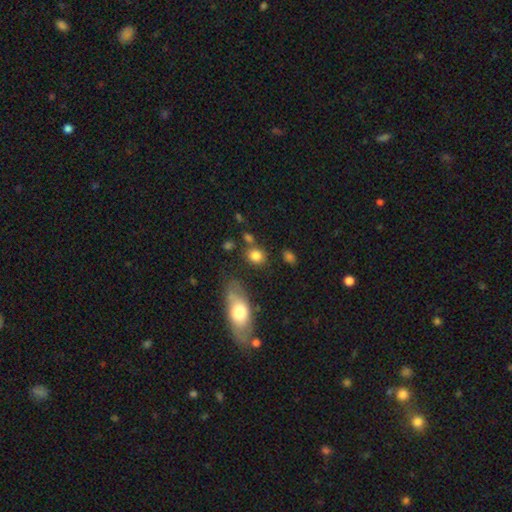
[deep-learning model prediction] smooth-or-featured: smooth: 82% | star or artifact: 10% | featured or disk: 8%
  how-rounded: round: 59% | in between: 39% | cigar-shaped: 2%
  merging: none: 71% | minor disturbance: 13% | merger: 11% | major disturbance: 5%